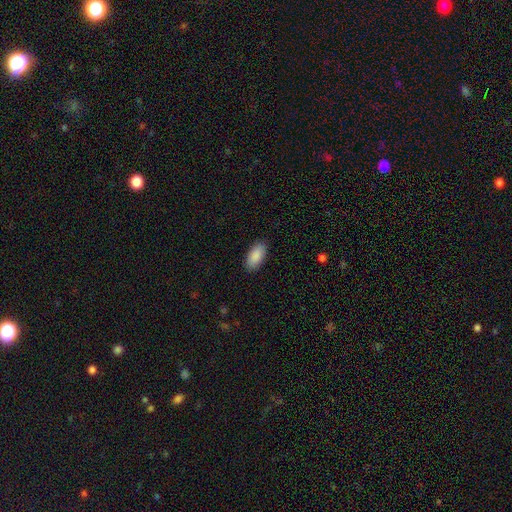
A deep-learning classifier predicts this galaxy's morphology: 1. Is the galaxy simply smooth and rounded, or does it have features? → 90% smooth, 6% star or artifact, 5% featured or disk.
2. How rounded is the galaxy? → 94% in between, 4% cigar-shaped, 2% round.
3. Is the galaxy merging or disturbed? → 89% none, 8% minor disturbance, 2% major disturbance, 1% merger.